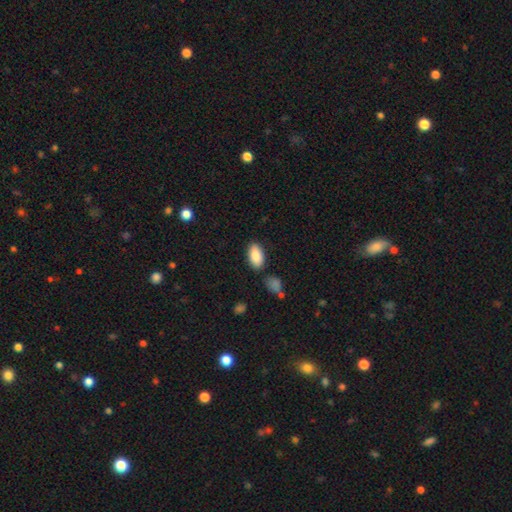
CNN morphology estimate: Smooth or featured?
  - smooth: 88% *
  - star or artifact: 6%
  - featured or disk: 6%
How rounded?
  - in between: 94% *
  - cigar-shaped: 4%
  - round: 3%
Merging?
  - none: 81% *
  - minor disturbance: 12%
  - merger: 4%
  - major disturbance: 3%